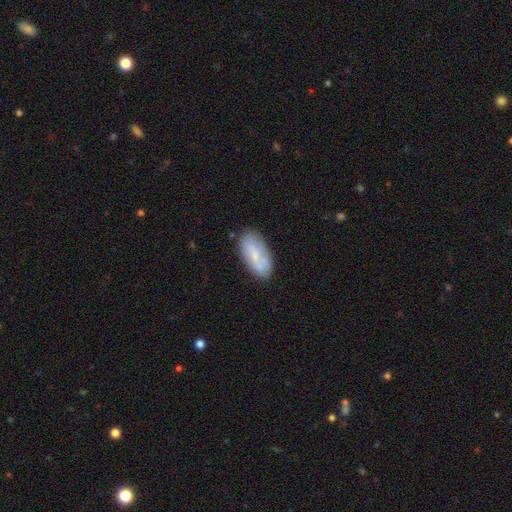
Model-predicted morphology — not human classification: smooth-or-featured: smooth: 61% | featured or disk: 32% | star or artifact: 7%
  how-rounded: in between: 89% | cigar-shaped: 8% | round: 2%
  merging: none: 72% | minor disturbance: 18% | merger: 5% | major disturbance: 4%